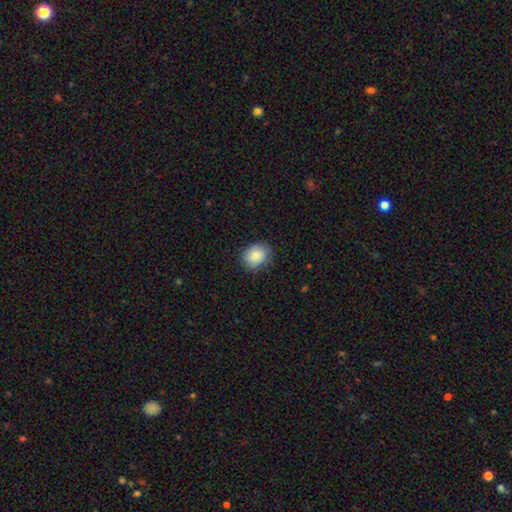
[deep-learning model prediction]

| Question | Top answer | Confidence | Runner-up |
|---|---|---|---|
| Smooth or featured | smooth | 83% | featured or disk (9%) |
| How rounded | round | 52% | in between (47%) |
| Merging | none | 82% | minor disturbance (14%) |